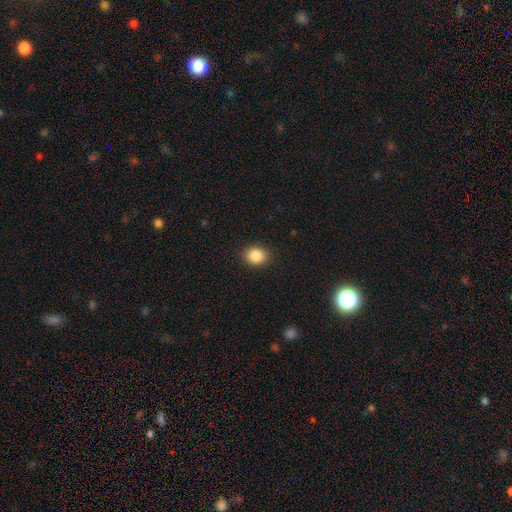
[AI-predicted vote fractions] Smooth or featured? Predicted: smooth (p=0.86). How rounded? Predicted: round (p=0.50). Merging? Predicted: none (p=0.89).